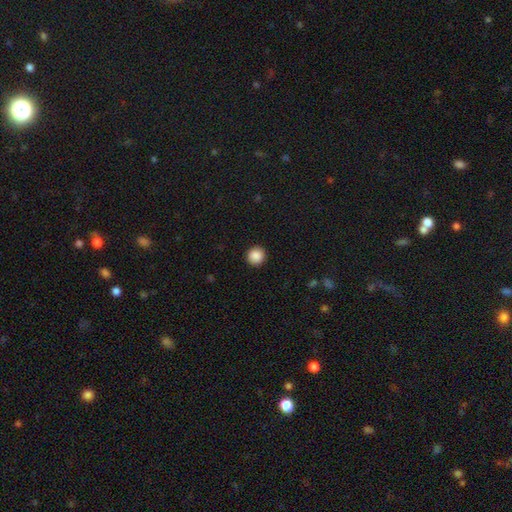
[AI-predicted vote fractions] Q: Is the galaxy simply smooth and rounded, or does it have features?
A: smooth — 88%.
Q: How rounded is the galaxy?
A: round — 94%.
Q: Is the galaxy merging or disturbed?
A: none — 92%.